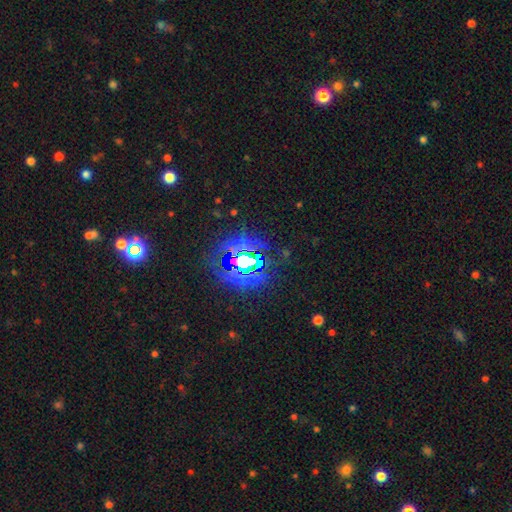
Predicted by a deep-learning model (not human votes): Overall: star or artifact (84%).